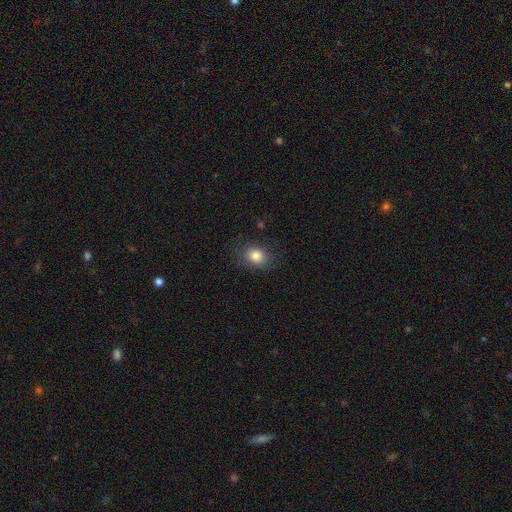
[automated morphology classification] This appears to be a smooth galaxy with no disk features (83%) that is round (50%). Merging: none (83%).